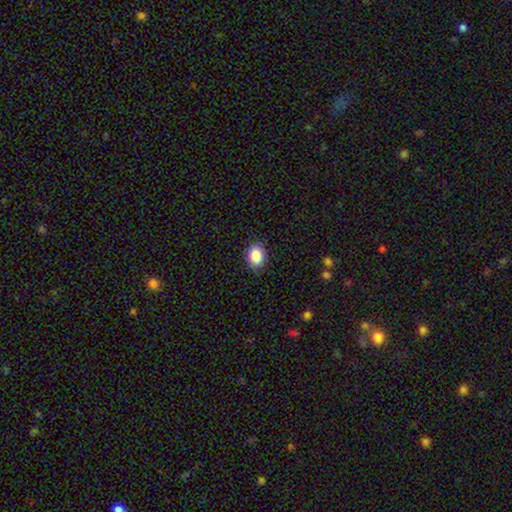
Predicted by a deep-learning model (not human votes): A smooth galaxy with no disk features (87%) that is in between round and cigar-shaped (72%). Merging: none (87%).